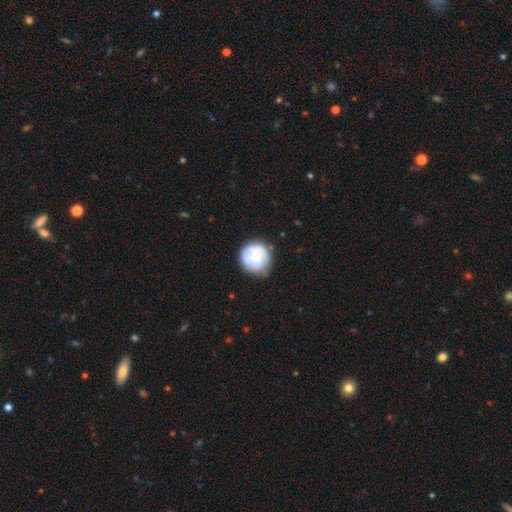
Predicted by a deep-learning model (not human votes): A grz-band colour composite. It shows a smooth galaxy with no disk features (52%) that is round (90%). Merging: none (66%).